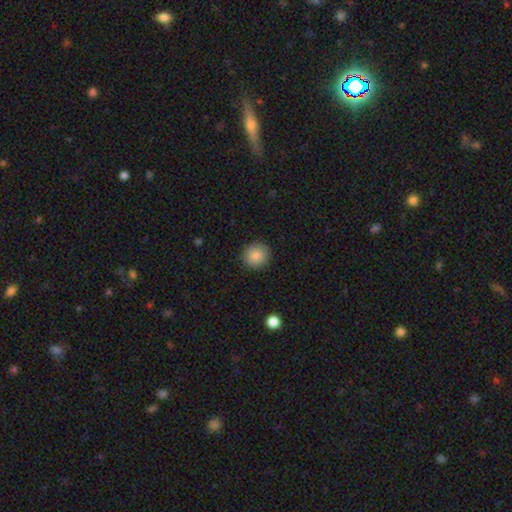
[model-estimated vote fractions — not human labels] Smooth or featured? smooth (85%)
How rounded? round (90%)
Merging? none (91%)